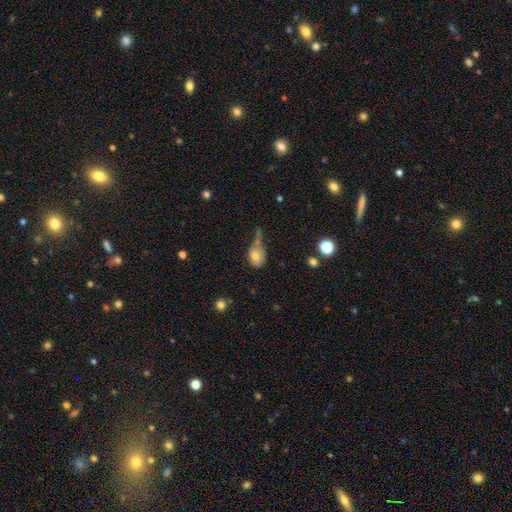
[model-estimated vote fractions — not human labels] smooth 76%, featured or disk 14%, star or artifact 9%. Down the decision tree: how rounded — in between (66%); merging — none (35%).